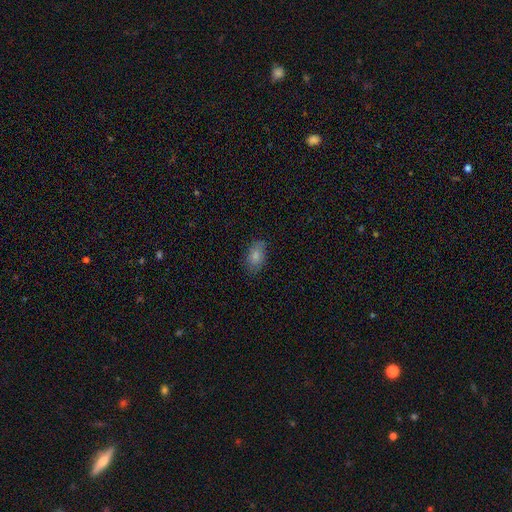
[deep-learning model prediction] smooth-or-featured: smooth: 82% | featured or disk: 10% | star or artifact: 8%
  how-rounded: in between: 92% | round: 6% | cigar-shaped: 3%
  merging: none: 77% | minor disturbance: 18% | major disturbance: 4% | merger: 1%